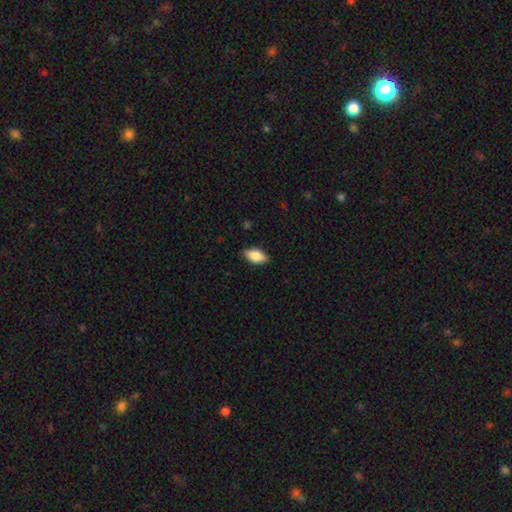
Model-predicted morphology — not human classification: Q: Smooth or featured?
A: smooth (82%); runner-up: featured or disk (11%)
Q: How rounded?
A: in between (90%); runner-up: cigar-shaped (6%)
Q: Merging?
A: none (86%); runner-up: minor disturbance (11%)